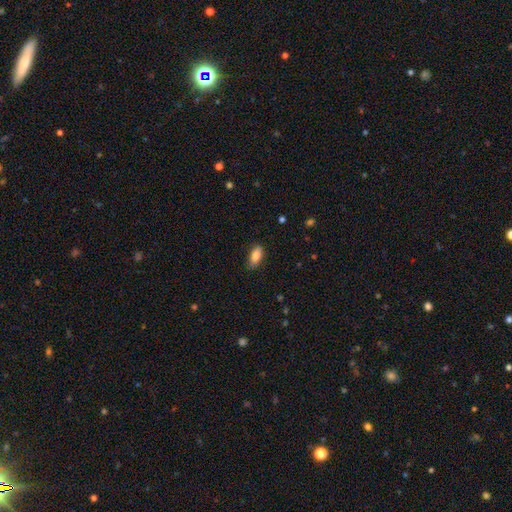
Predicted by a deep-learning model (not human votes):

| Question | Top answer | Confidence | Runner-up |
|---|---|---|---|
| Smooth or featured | smooth | 84% | featured or disk (9%) |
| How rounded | in between | 86% | cigar-shaped (12%) |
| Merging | none | 85% | minor disturbance (12%) |